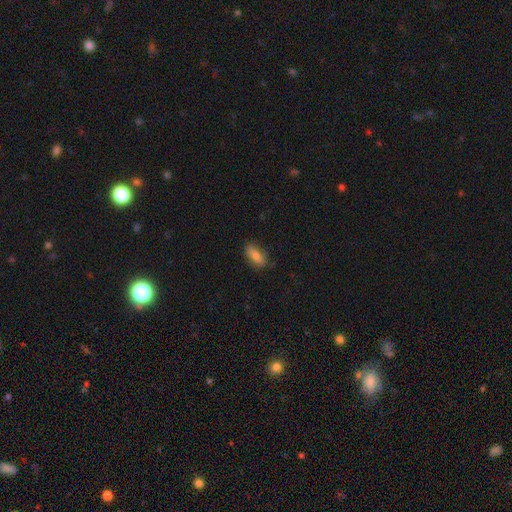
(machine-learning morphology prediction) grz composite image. It shows a smooth galaxy with no disk features (78%) that is in between round and cigar-shaped (75%). Merging: none (77%).